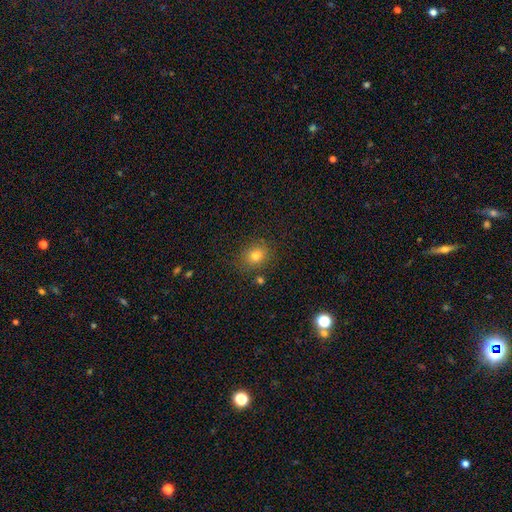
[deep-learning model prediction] A smooth galaxy with no disk features (78%) that is round (65%). Merging: none (82%).